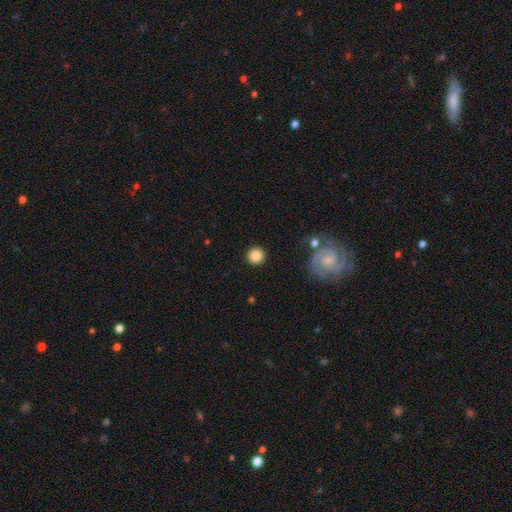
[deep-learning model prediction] A smooth galaxy with no disk features (85%) that is round (95%). Merging: none (90%).